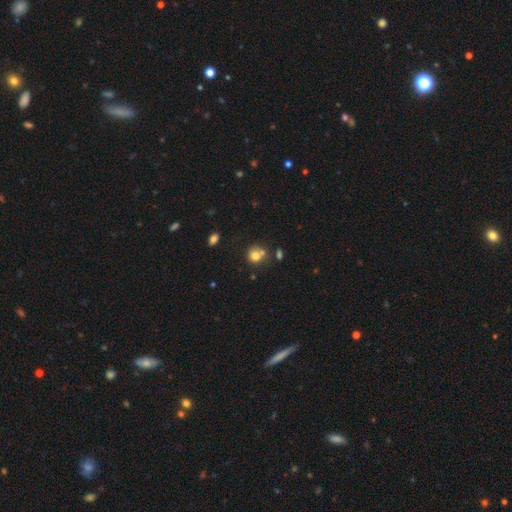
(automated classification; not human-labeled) A smooth galaxy with no disk features (75%) that is round (80%). Merging: none (51%).